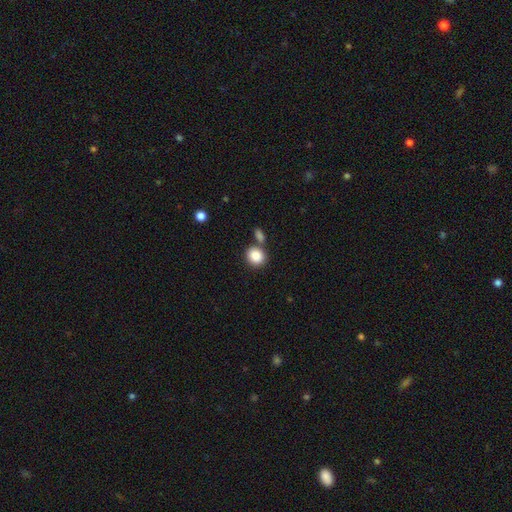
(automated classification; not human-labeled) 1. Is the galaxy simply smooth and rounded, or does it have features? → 87% smooth, 8% star or artifact, 5% featured or disk.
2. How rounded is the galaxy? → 72% round, 27% in between, 1% cigar-shaped.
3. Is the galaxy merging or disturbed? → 64% none, 22% merger, 10% minor disturbance, 4% major disturbance.